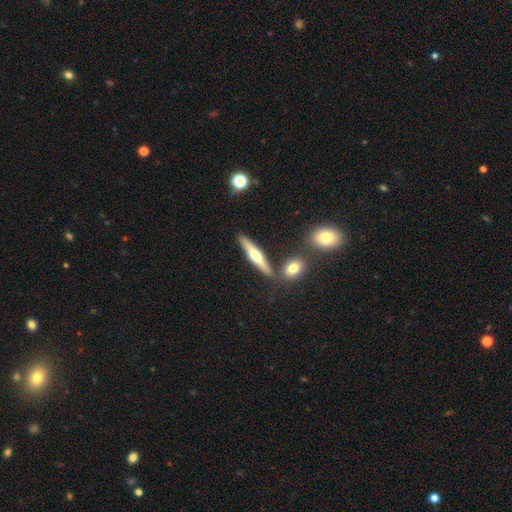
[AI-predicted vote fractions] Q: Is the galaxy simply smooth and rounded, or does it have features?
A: featured or disk — 54%.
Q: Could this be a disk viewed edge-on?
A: yes — 92%.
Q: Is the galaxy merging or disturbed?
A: none — 79%.